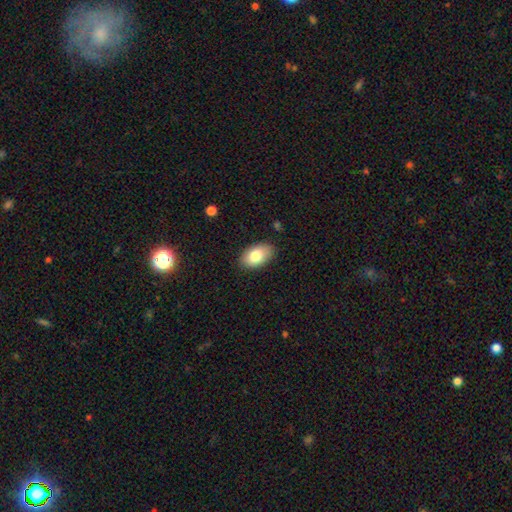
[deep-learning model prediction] This appears to be a smooth galaxy with no disk features (82%) that is in between round and cigar-shaped (93%). Merging: none (85%).